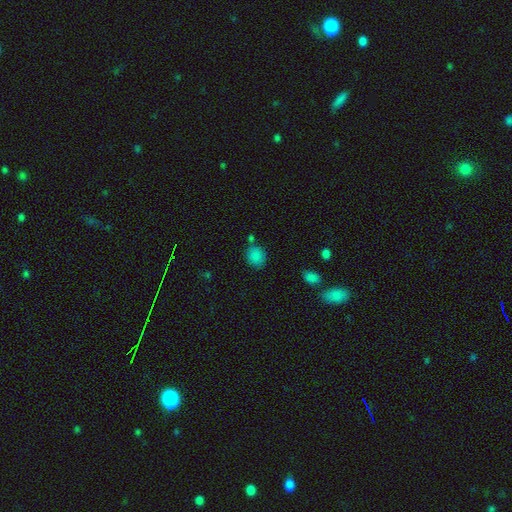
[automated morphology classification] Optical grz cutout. It shows a smooth galaxy with no disk features (85%) that is round (65%). Merging: none (72%).